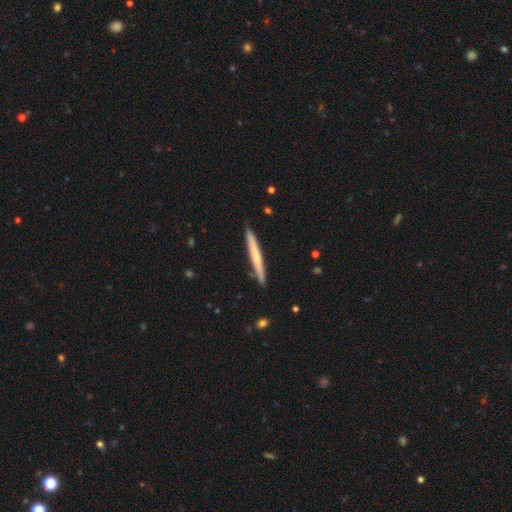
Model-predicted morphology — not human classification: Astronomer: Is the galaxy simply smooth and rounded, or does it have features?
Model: smooth — 54% (runner-up: featured or disk, 41%).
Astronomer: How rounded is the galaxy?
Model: cigar-shaped — 97%.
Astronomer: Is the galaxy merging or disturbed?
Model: none — 90%.